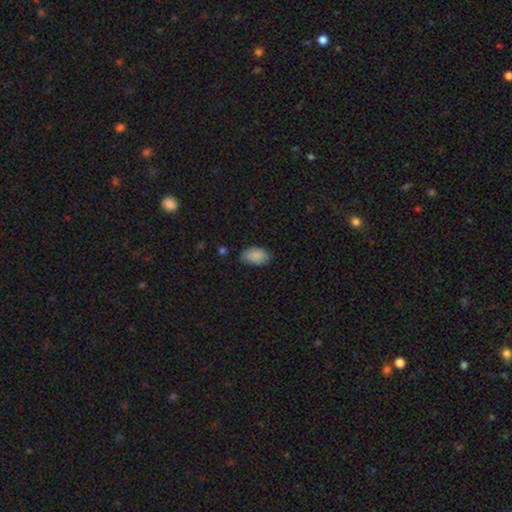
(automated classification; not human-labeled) smooth-or-featured: smooth: 87% | star or artifact: 7% | featured or disk: 6%
  how-rounded: in between: 93% | round: 6% | cigar-shaped: 1%
  merging: none: 69% | minor disturbance: 26% | major disturbance: 4% | merger: 1%